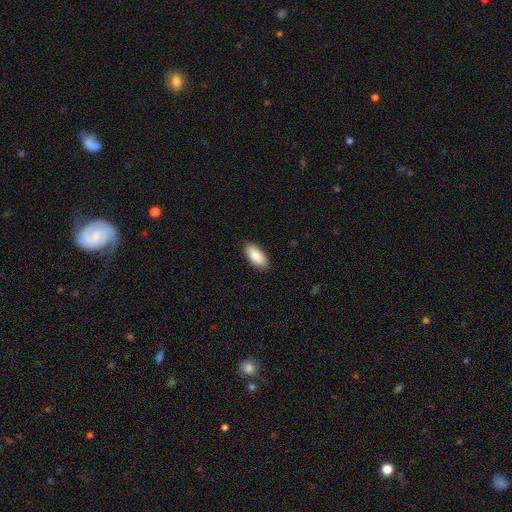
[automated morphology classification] This appears to be a smooth galaxy with no disk features (90%) that is in between round and cigar-shaped (92%). Merging: none (89%).